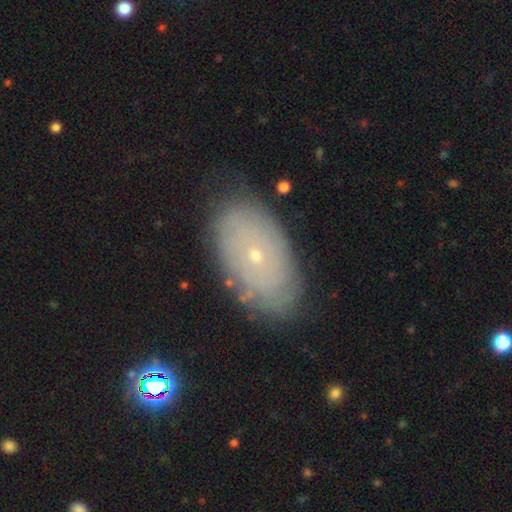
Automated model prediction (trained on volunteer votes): featured or disk 58%, smooth 32%, star or artifact 10%. Down the decision tree: edge-on disk — no (92%); bar — no (89%); spiral arms — yes (58%); bulge size — small (83%); merging — none (80%).